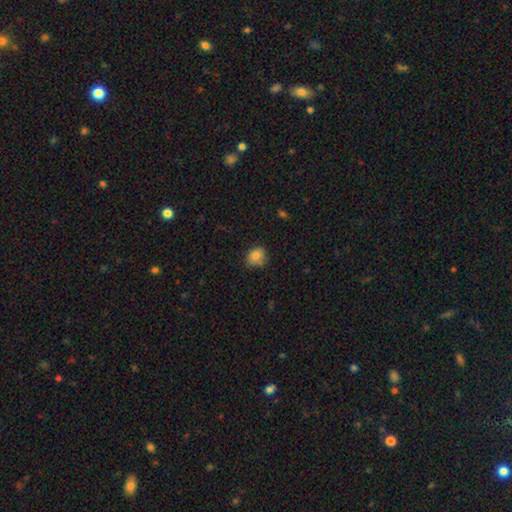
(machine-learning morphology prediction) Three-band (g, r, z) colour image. It shows a smooth galaxy with no disk features (82%) that is round (61%). Merging: none (71%).